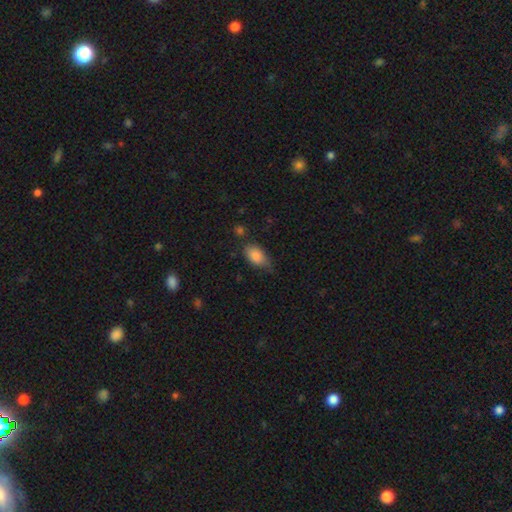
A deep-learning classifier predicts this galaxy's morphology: This appears to be a smooth galaxy with no disk features (84%) that is in between round and cigar-shaped (90%). Merging: none (55%).